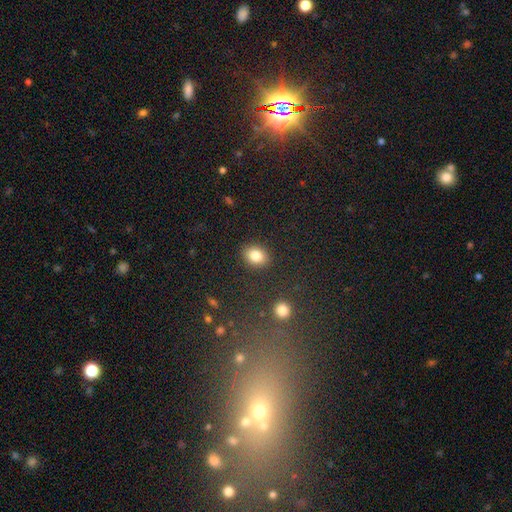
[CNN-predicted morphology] smooth-or-featured: smooth: 83% | star or artifact: 9% | featured or disk: 7%
  how-rounded: in between: 61% | round: 38% | cigar-shaped: 1%
  merging: none: 87% | minor disturbance: 8% | major disturbance: 3% | merger: 2%